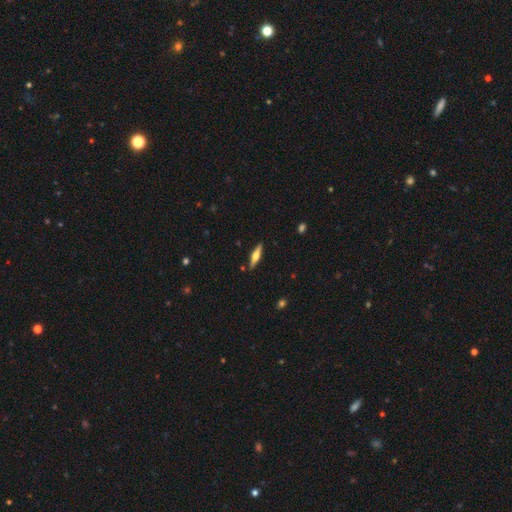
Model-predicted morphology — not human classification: Smooth or featured: featured or disk — 55% (smooth — 39%)
Edge-on disk: yes — 96% (no — 4%)
Edge-on bulge: rounded — 88% (boxy — 9%)
Merging: none — 88% (minor disturbance — 9%)